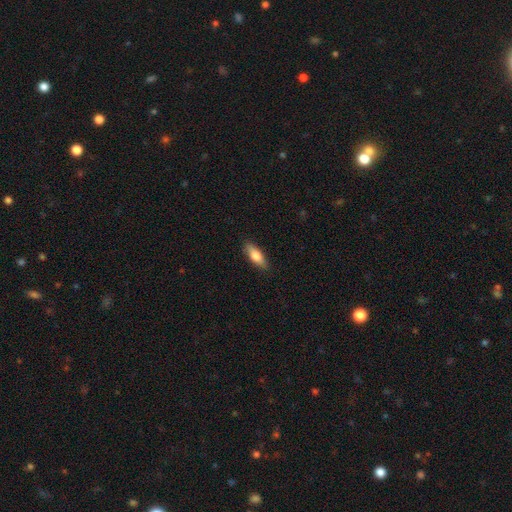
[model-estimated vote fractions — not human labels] A smooth galaxy with no disk features (76%) that is in between round and cigar-shaped (63%).

Vote fractions:
- Smooth or featured? smooth: 76% / featured or disk: 18% / star or artifact: 6%
- How rounded? in between: 63% / cigar-shaped: 35% / round: 2%
- Merging? none: 86% / minor disturbance: 10% / major disturbance: 2% / merger: 1%